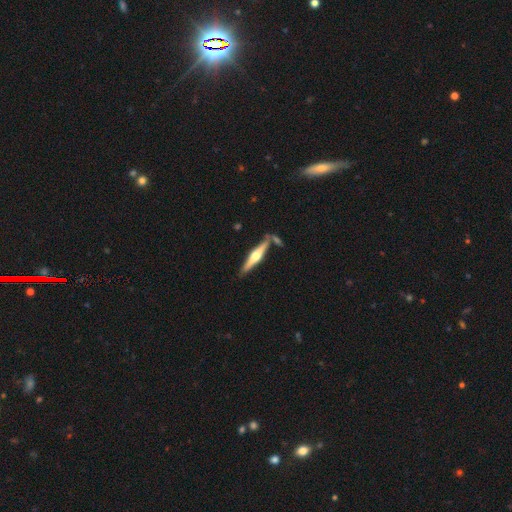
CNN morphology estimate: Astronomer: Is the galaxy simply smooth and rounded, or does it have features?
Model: featured or disk — 67%.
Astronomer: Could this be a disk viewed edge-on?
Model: yes — 96%.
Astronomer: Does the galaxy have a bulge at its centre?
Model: rounded — 93%.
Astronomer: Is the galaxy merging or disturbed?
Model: none — 75%.